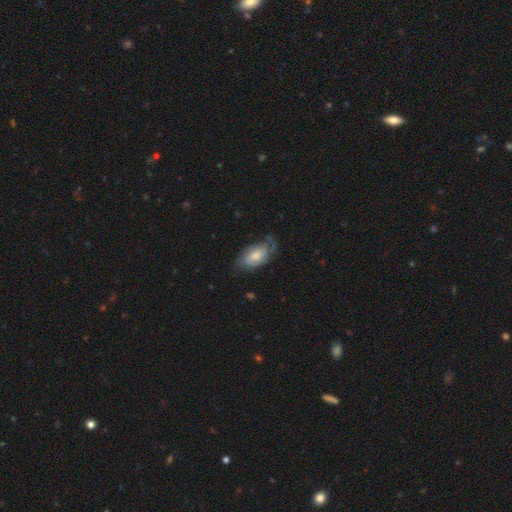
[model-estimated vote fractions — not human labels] This is possibly a featured or disk galaxy (56%). It is clearly not viewed edge-on (94%). Bar: likely no (66%). Spiral arm pattern: clearly yes (86%). Central bulge: possibly moderate (46%). Merging: possibly none (56%).